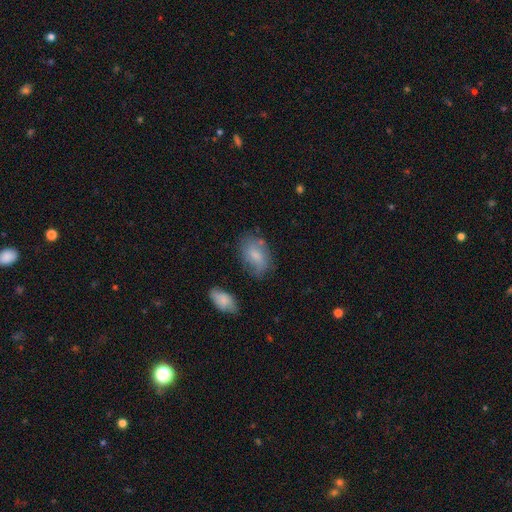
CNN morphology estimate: Smooth or featured? Predicted: smooth (p=0.73). How rounded? Predicted: in between (p=0.89). Merging? Predicted: none (p=0.62).